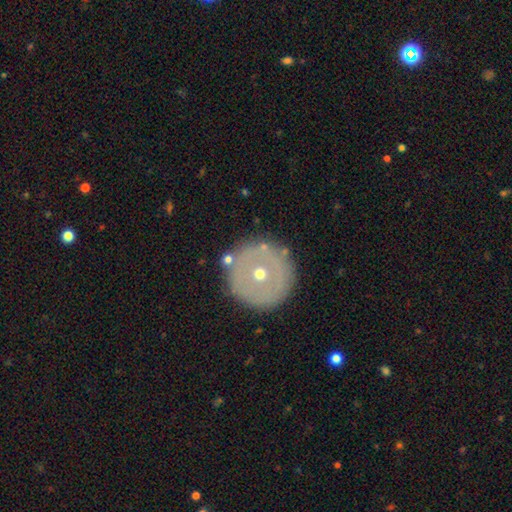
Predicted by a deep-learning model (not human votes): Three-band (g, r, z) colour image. It shows a featured or disk galaxy (52%). Merging: none (86%).